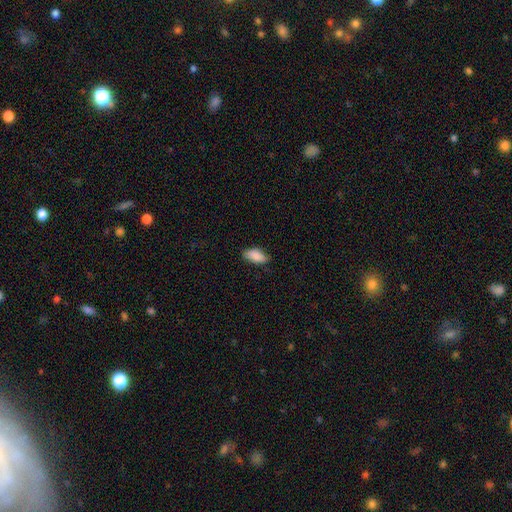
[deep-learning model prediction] Morphology: type=smooth (88%); roundness=in between (91%); merging=none (78%).